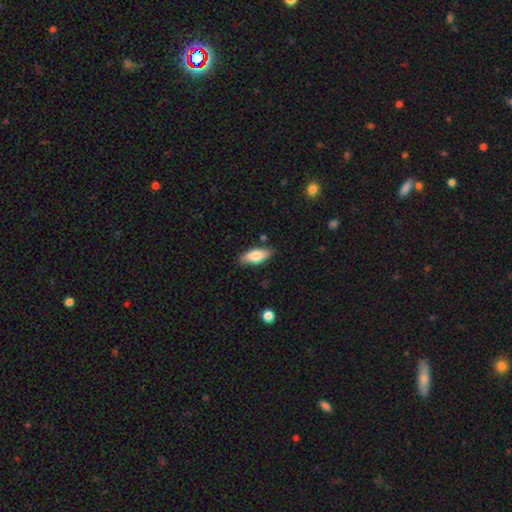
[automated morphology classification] Q: Smooth or featured?
A: smooth (77%); runner-up: featured or disk (17%)
Q: How rounded?
A: in between (78%); runner-up: cigar-shaped (19%)
Q: Merging?
A: none (83%); runner-up: minor disturbance (12%)